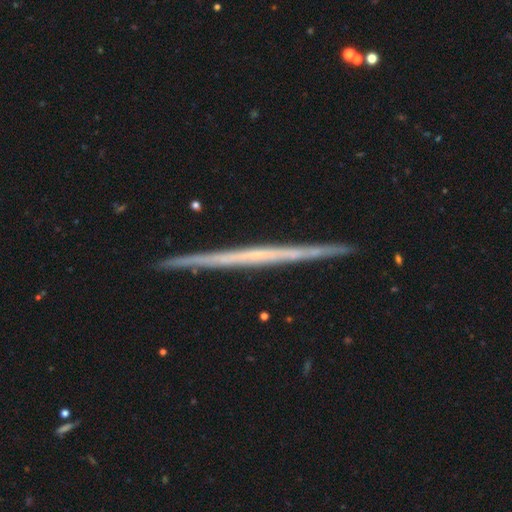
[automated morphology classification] type=featured or disk (72%); edge-on=yes (98%); edge-on bulge=none (91%); merging=none (92%).